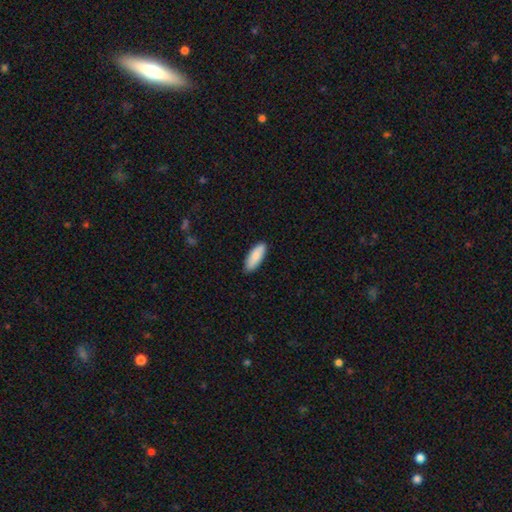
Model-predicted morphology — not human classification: A smooth galaxy with no disk features (87%) that is in between round and cigar-shaped (63%).

Vote fractions:
- Smooth or featured? smooth: 87% / featured or disk: 8% / star or artifact: 5%
- How rounded? in between: 63% / cigar-shaped: 35% / round: 2%
- Merging? none: 88% / minor disturbance: 10% / major disturbance: 2% / merger: 1%